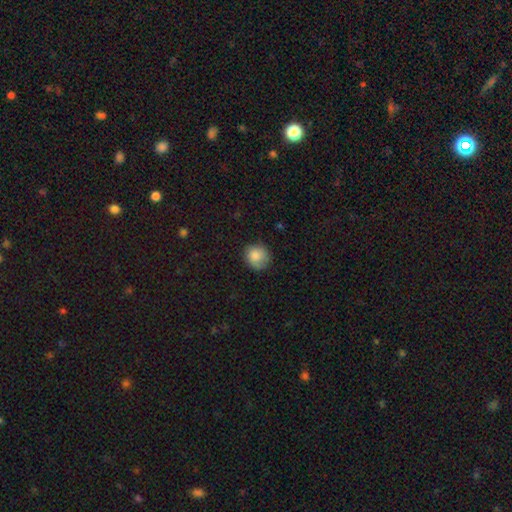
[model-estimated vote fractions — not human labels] smooth 84%, star or artifact 8%, featured or disk 8%. Down the decision tree: how rounded — round (85%); merging — none (72%).